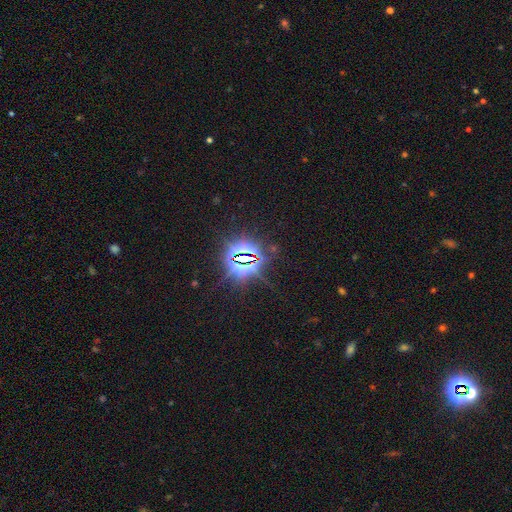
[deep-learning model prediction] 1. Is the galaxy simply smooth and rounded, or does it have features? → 84% star or artifact, 9% smooth, 7% featured or disk.